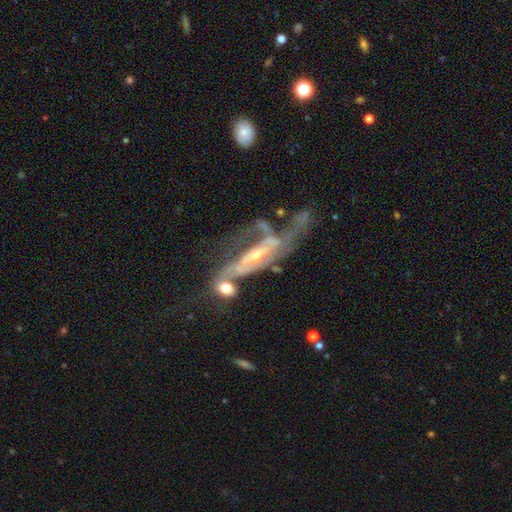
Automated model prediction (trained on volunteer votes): Overall: featured or disk (79%). Edge-on disk: no (71%). Bar: no (51%; weak 29%). Spiral arms: yes (77%). Bulge size: small (64%; moderate 30%). Merging: none (31%; major disturbance 28%).